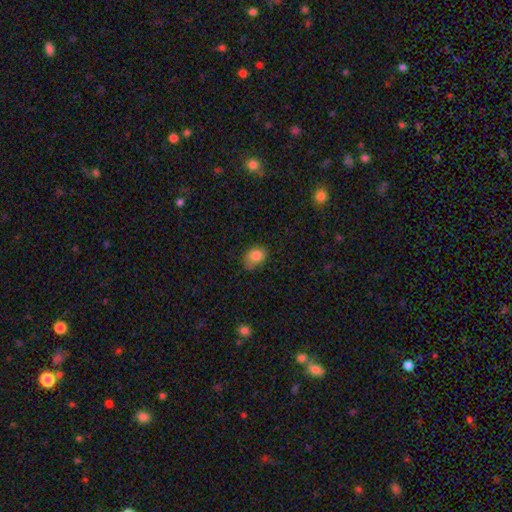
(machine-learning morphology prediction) smooth_or_featured: smooth (p=0.83) [alt: star or artifact p=0.09]
how_rounded: in between (p=0.57) [alt: round p=0.42]
merging: none (p=0.56) [alt: minor disturbance p=0.32]